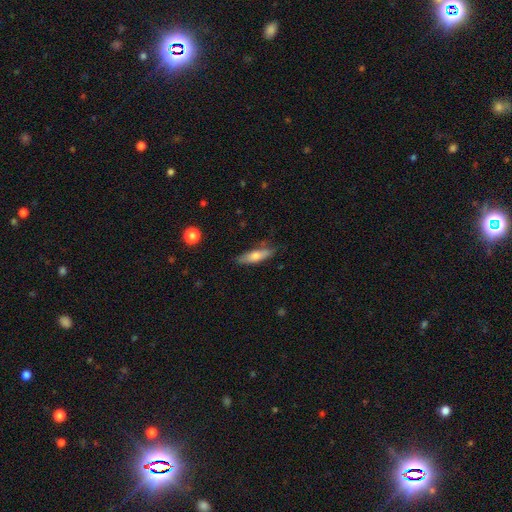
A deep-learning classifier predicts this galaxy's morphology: type=smooth (63%); roundness=cigar-shaped (65%); merging=none (78%).